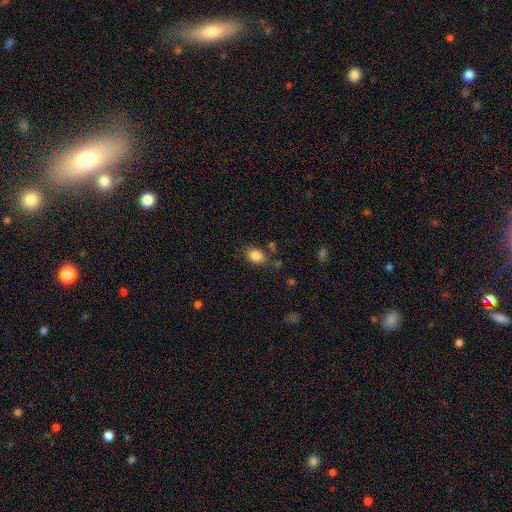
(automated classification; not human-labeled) Smooth or featured? smooth (85%)
How rounded? in between (74%)
Merging? none (76%)